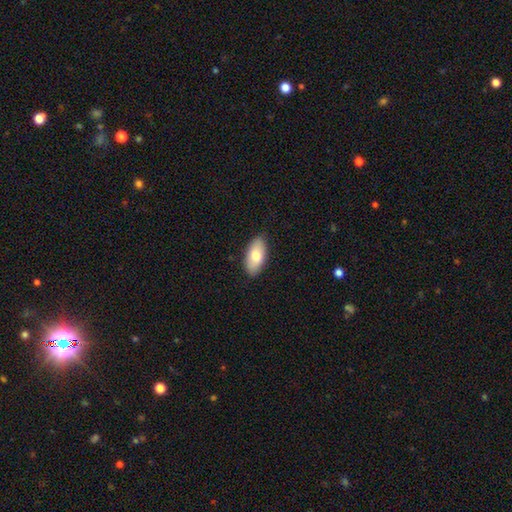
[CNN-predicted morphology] Overall: smooth (77%). How rounded: in between (93%). Merging: none (86%).